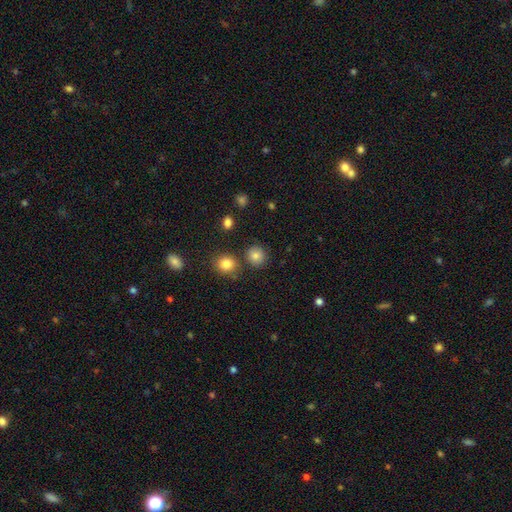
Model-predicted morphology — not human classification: type=smooth (82%); roundness=round (88%); merging=none (83%).